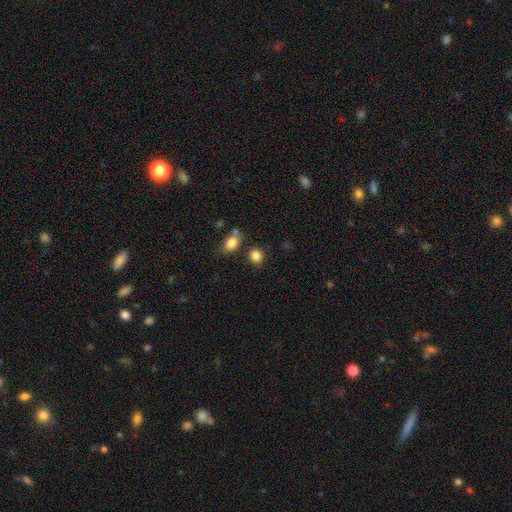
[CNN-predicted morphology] A smooth galaxy with no disk features (86%) that is round (67%). Merging: none (76%).